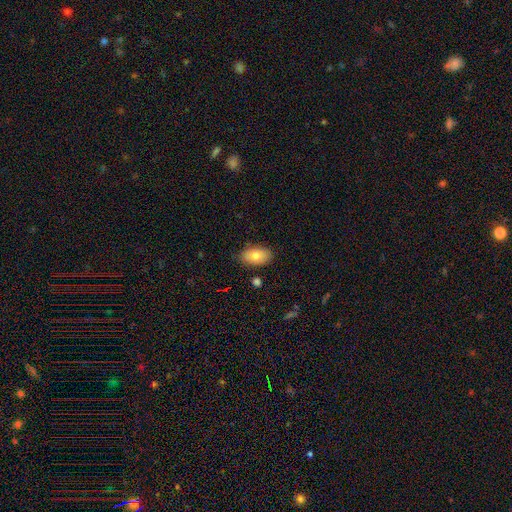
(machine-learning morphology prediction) Smooth or featured? Predicted: smooth (p=0.81). How rounded? Predicted: in between (p=0.93). Merging? Predicted: none (p=0.81).